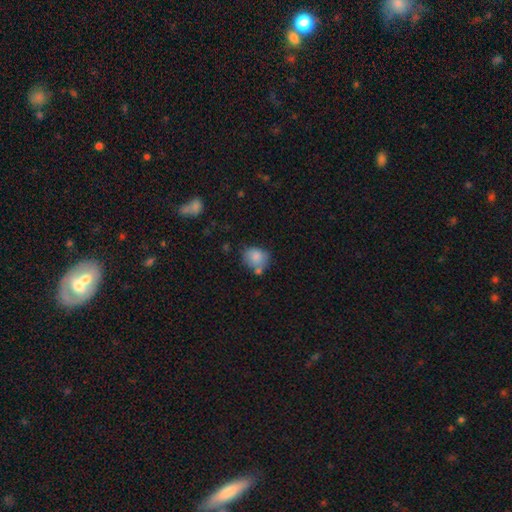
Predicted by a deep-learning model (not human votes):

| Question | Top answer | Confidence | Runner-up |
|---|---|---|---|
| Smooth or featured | smooth | 83% | star or artifact (9%) |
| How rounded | round | 65% | in between (34%) |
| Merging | none | 58% | minor disturbance (21%) |